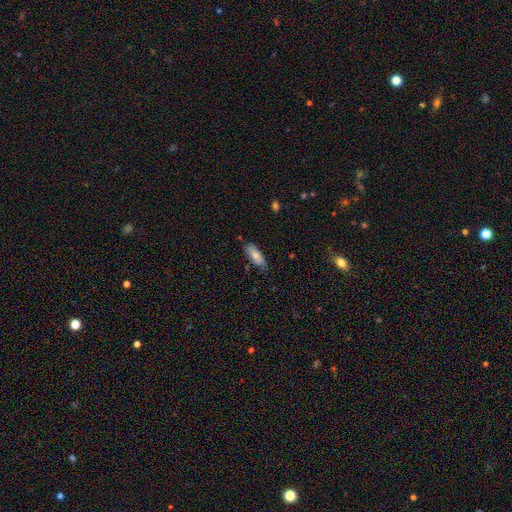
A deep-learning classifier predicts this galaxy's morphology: type=smooth (79%); roundness=in between (64%); merging=none (76%).